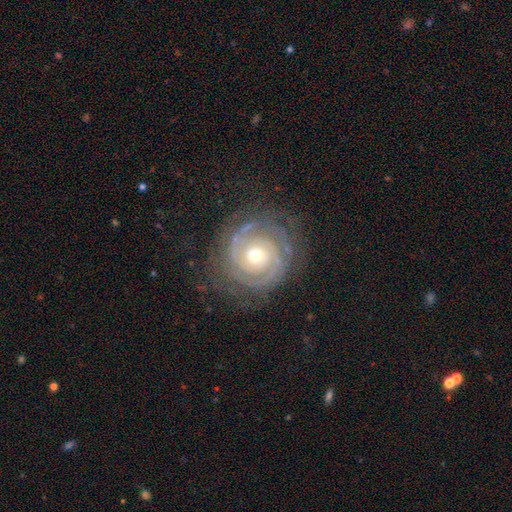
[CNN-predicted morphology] This is clearly a featured or disk galaxy (89%). It is clearly not viewed edge-on (97%). Bar: likely no (75%). Spiral arm pattern: clearly yes (97%). Spiral arm count: possibly 2 (47%). Spiral winding: clearly tight (82%). Central bulge: likely moderate (64%). Merging: likely none (80%).